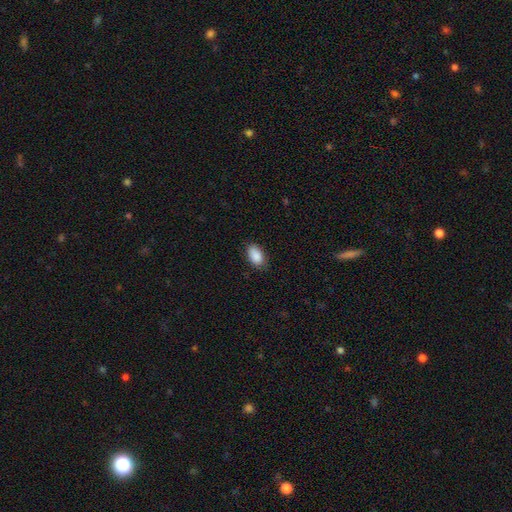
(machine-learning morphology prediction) This appears to be a smooth galaxy with no disk features (89%) that is in between round and cigar-shaped (93%). Merging: none (78%).